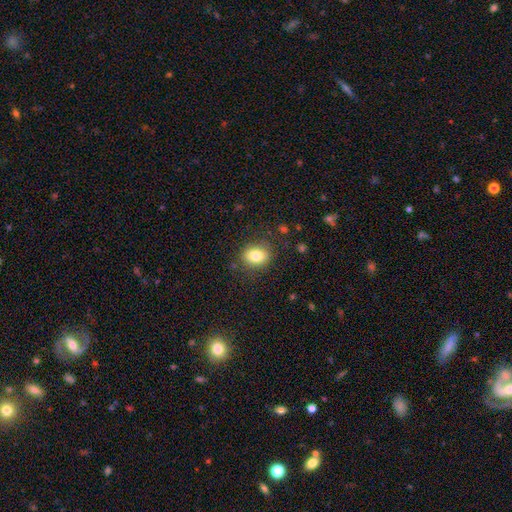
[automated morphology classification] smooth-or-featured: smooth: 83% | star or artifact: 9% | featured or disk: 8%
  how-rounded: in between: 59% | round: 40% | cigar-shaped: 1%
  merging: none: 83% | minor disturbance: 12% | major disturbance: 4% | merger: 1%